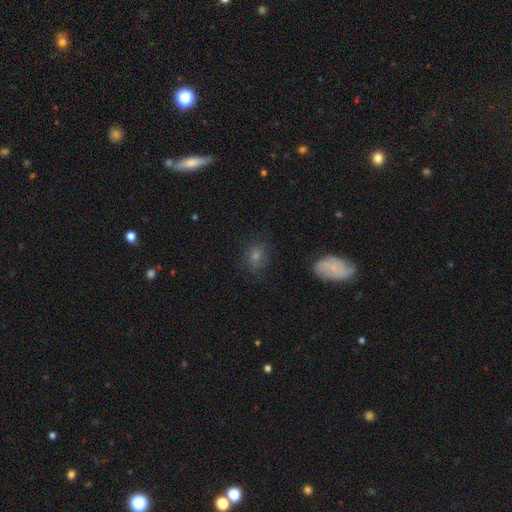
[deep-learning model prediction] Smooth or featured?
  - smooth: 54% *
  - featured or disk: 24%
  - star or artifact: 22%
How rounded?
  - in between: 50% *
  - round: 48%
  - cigar-shaped: 2%
Merging?
  - none: 74% *
  - minor disturbance: 17%
  - major disturbance: 7%
  - merger: 2%